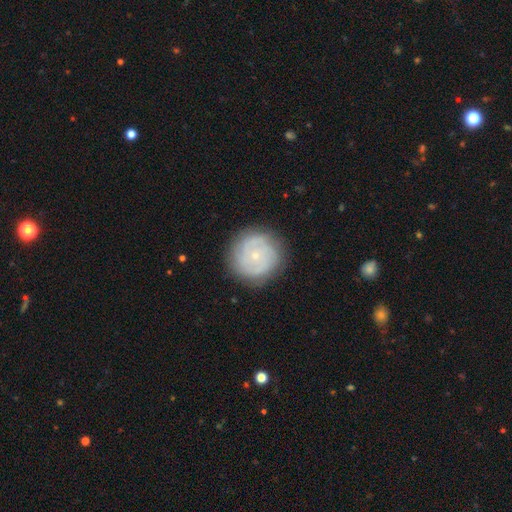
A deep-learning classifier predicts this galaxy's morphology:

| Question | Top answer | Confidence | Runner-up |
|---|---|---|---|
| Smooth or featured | featured or disk | 65% | smooth (28%) |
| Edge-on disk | no | 98% | yes (2%) |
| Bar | no | 82% | weak (16%) |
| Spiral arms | yes | 85% | no (15%) |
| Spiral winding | tight | 67% | medium (25%) |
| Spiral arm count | can't tell | 36% | 2 (24%) |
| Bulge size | small | 81% | moderate (15%) |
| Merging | none | 83% | minor disturbance (12%) |